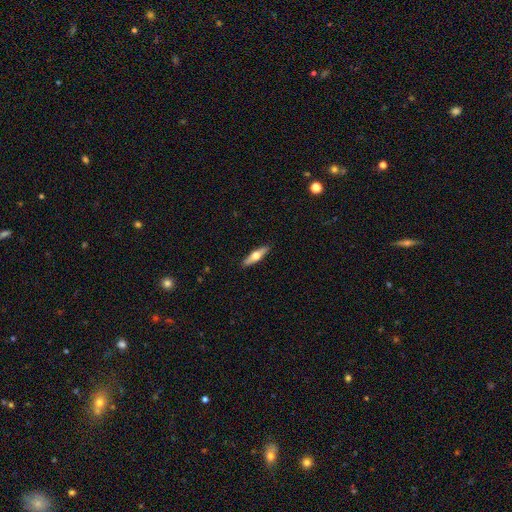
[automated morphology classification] The model was most divided on "smooth or featured": featured or disk: 51%, smooth: 44%, star or artifact: 5%. More confident: edge-on disk — yes (92%); merging — none (90%).